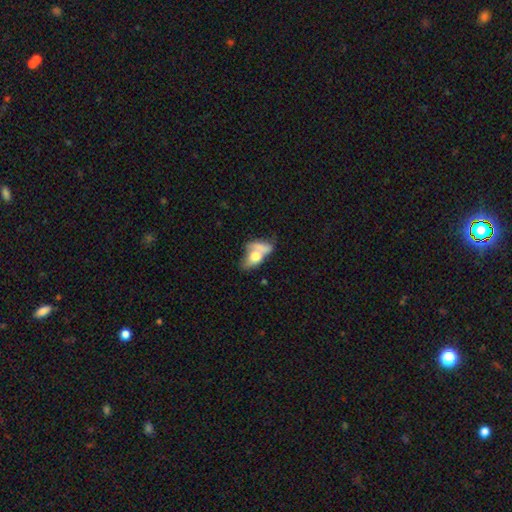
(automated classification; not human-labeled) A smooth galaxy with no disk features (65%) that is in between round and cigar-shaped (76%). Merging: merger (48%).